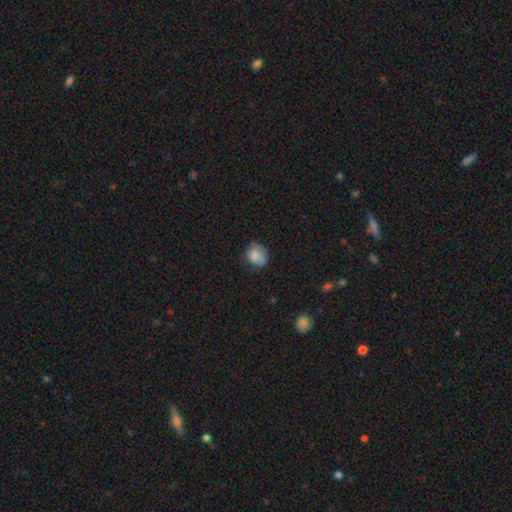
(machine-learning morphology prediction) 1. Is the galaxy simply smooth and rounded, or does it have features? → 81% smooth, 10% featured or disk, 9% star or artifact.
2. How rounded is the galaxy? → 63% round, 36% in between, 1% cigar-shaped.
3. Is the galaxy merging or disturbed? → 62% none, 28% minor disturbance, 8% major disturbance, 2% merger.